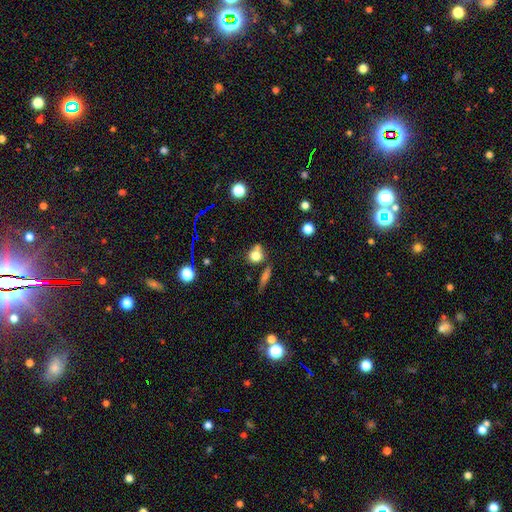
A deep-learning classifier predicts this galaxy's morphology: Smooth or featured? Predicted: smooth (p=0.74). How rounded? Predicted: round (p=0.67). Merging? Predicted: none (p=0.52).